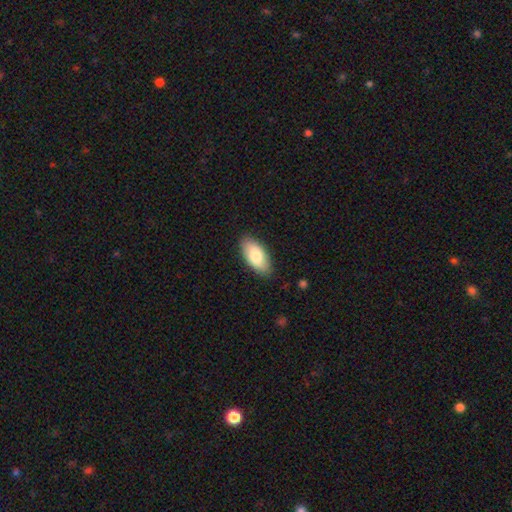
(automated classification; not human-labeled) smooth-or-featured: smooth: 79% | featured or disk: 16% | star or artifact: 6%
  how-rounded: in between: 92% | cigar-shaped: 6% | round: 2%
  merging: none: 87% | minor disturbance: 10% | major disturbance: 2% | merger: 1%